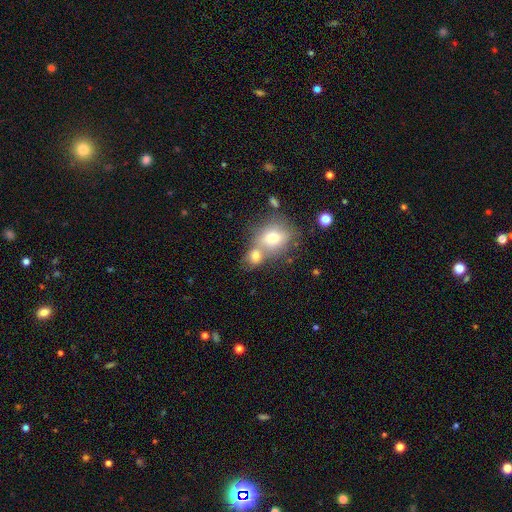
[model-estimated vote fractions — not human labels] Smooth or featured: smooth — 74% (featured or disk — 15%)
How rounded: round — 53% (in between — 45%)
Merging: merger — 54% (none — 33%)